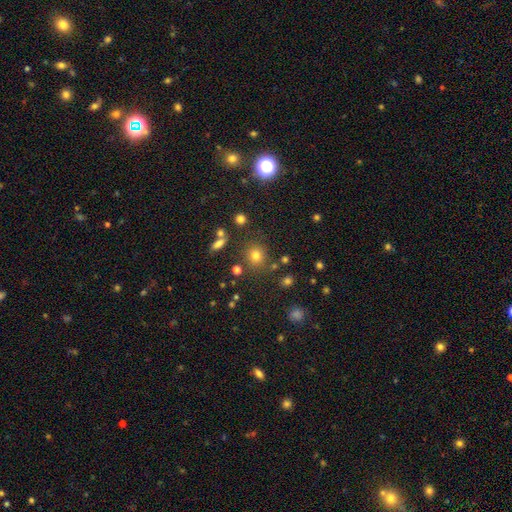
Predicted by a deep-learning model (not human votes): Smooth or featured? Predicted: smooth (p=0.73). How rounded? Predicted: round (p=0.85). Merging? Predicted: none (p=0.80).